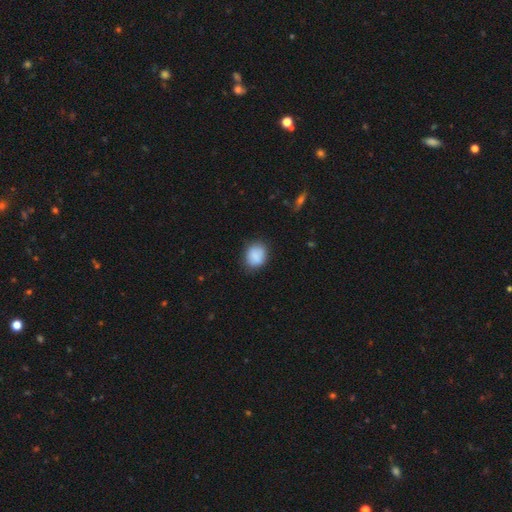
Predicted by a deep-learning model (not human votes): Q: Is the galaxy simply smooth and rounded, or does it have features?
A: smooth — 86%.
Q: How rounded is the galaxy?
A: round — 58%.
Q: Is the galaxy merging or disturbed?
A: none — 79%.